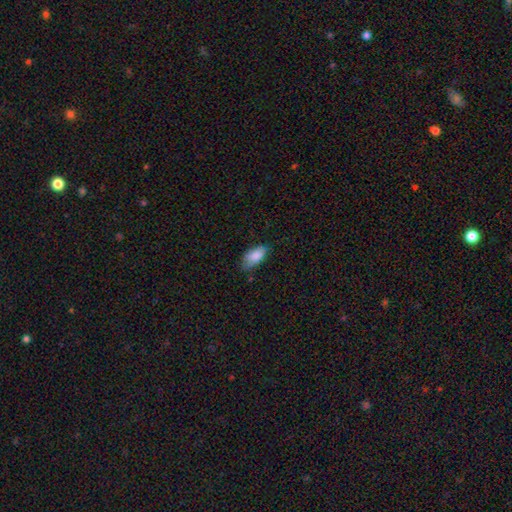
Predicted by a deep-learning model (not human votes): Overall: smooth (85%). How rounded: in between (90%). Merging: none (63%; minor disturbance 30%).